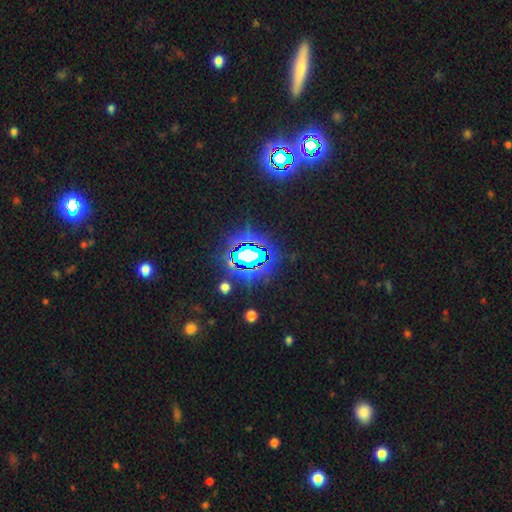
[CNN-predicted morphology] This is likely a star or artifact rather than a galaxy (80%).